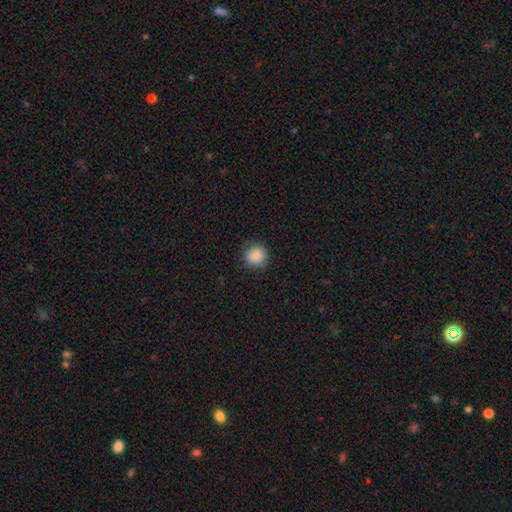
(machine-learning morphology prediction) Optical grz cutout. It shows a smooth galaxy with no disk features (86%) that is round (91%). Merging: none (84%).